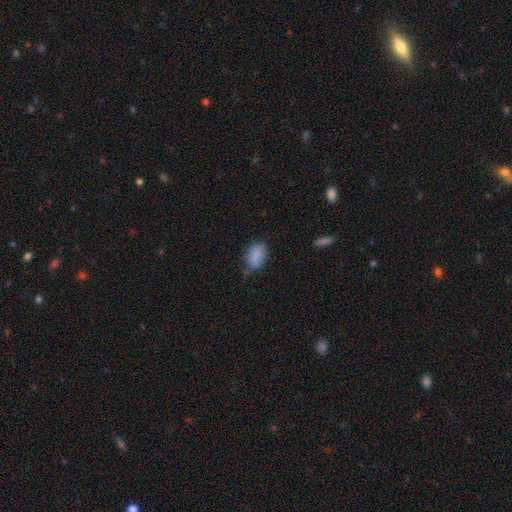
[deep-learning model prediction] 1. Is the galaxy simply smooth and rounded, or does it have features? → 84% smooth, 9% star or artifact, 7% featured or disk.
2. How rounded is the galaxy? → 89% in between, 8% round, 3% cigar-shaped.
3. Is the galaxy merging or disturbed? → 48% none, 36% minor disturbance, 12% major disturbance, 4% merger.